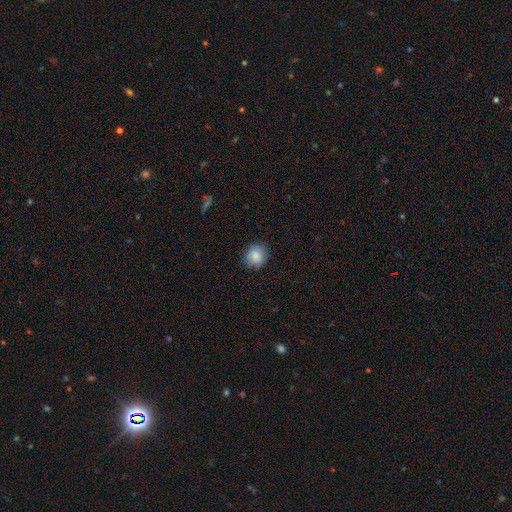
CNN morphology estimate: Smooth or featured? Predicted: smooth (p=0.85). How rounded? Predicted: round (p=0.75). Merging? Predicted: none (p=0.83).